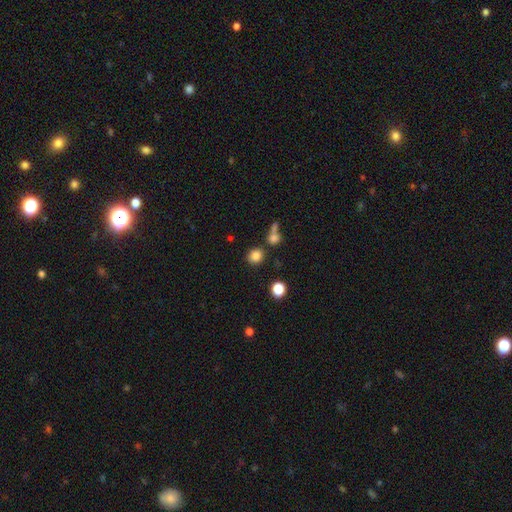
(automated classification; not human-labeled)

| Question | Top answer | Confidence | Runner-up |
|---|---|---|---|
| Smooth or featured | smooth | 83% | star or artifact (12%) |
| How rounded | round | 81% | in between (18%) |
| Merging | none | 78% | merger (10%) |